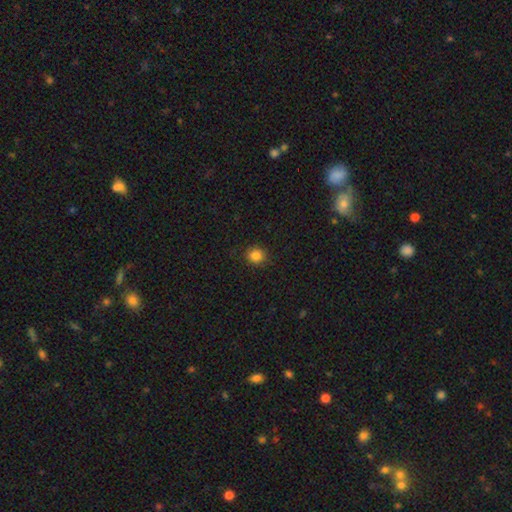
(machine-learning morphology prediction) A smooth galaxy with no disk features (85%) that is round (89%).

Vote fractions:
- Smooth or featured? smooth: 85% / star or artifact: 11% / featured or disk: 4%
- How rounded? round: 89% / in between: 10% / cigar-shaped: 1%
- Merging? none: 90% / minor disturbance: 7% / major disturbance: 2% / merger: 1%